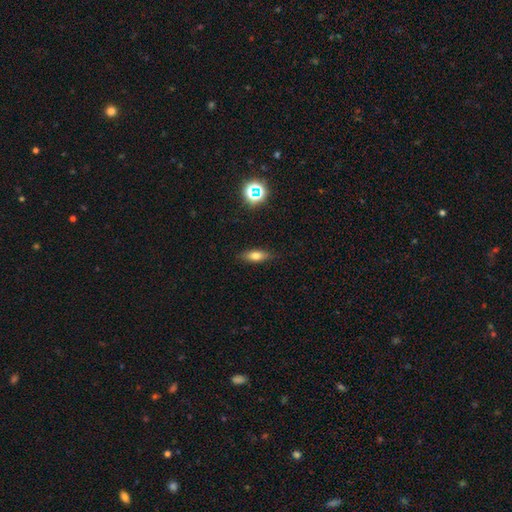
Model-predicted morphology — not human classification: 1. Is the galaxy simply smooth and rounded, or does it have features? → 70% smooth, 19% featured or disk, 11% star or artifact.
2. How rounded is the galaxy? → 67% in between, 28% cigar-shaped, 5% round.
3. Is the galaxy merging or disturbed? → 85% none, 11% minor disturbance, 3% major disturbance, 1% merger.